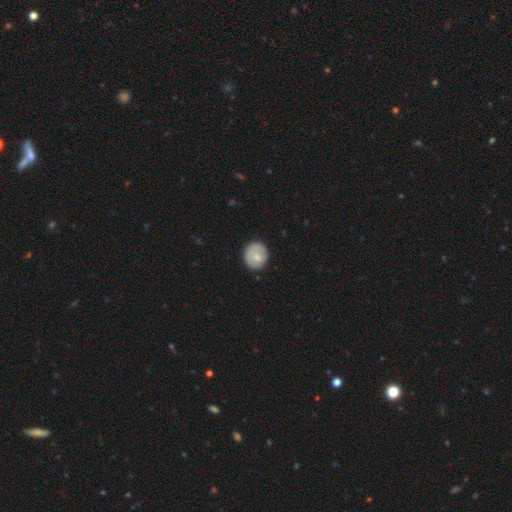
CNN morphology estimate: A smooth galaxy with no disk features (69%) that is round (77%).

Vote fractions:
- Smooth or featured? smooth: 69% / featured or disk: 24% / star or artifact: 6%
- How rounded? round: 77% / in between: 22% / cigar-shaped: 1%
- Merging? none: 81% / minor disturbance: 15% / major disturbance: 3% / merger: 1%